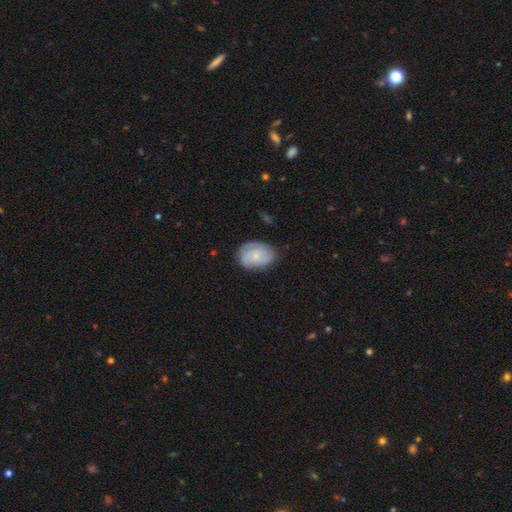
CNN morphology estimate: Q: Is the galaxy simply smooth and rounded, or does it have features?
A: smooth — 53%.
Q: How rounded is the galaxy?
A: in between — 76%.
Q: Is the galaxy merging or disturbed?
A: none — 71%.